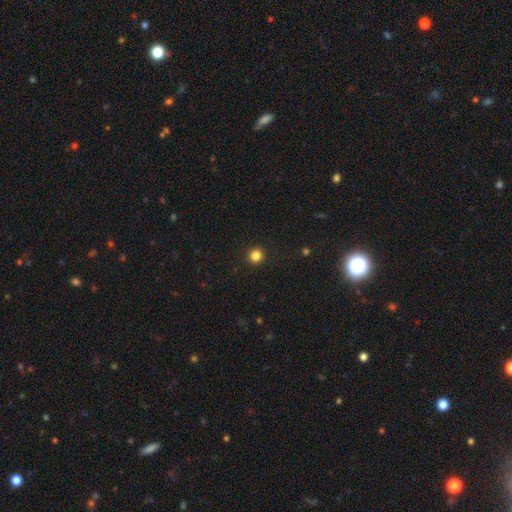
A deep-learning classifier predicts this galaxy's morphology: The model was most divided on "smooth or featured": smooth: 84%, star or artifact: 12%, featured or disk: 4%. More confident: merging — none (93%); how rounded — round (92%).